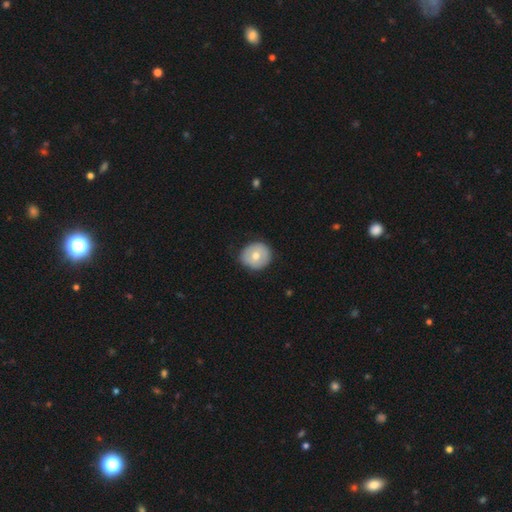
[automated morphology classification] This is likely a smooth galaxy (67%). How rounded: clearly round (89%). Merging: clearly none (84%).